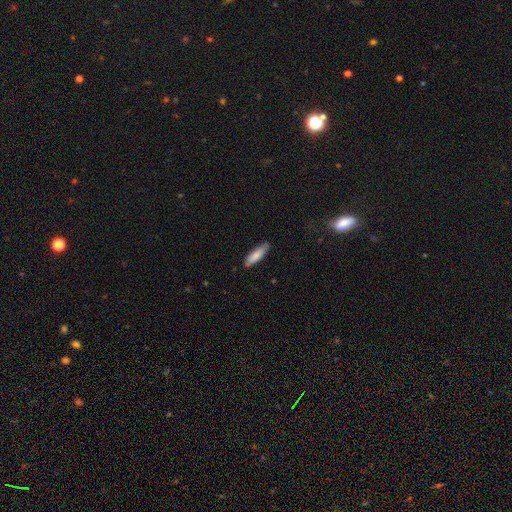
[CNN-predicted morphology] This is likely a smooth galaxy (80%). How rounded: likely cigar-shaped (64%). Merging: likely none (77%).